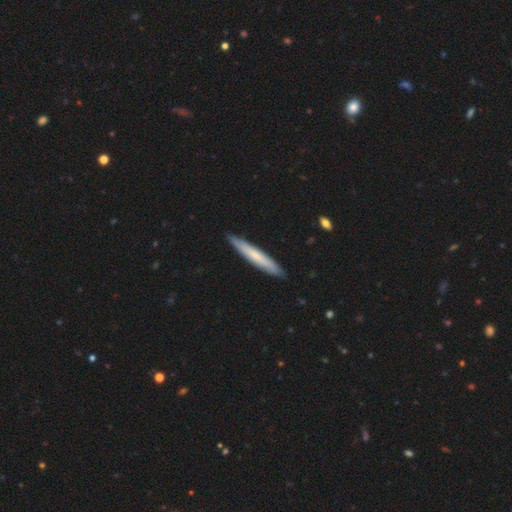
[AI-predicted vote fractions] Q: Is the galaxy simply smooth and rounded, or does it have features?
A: smooth — 61%.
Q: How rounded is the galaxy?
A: cigar-shaped — 94%.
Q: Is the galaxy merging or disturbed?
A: none — 90%.